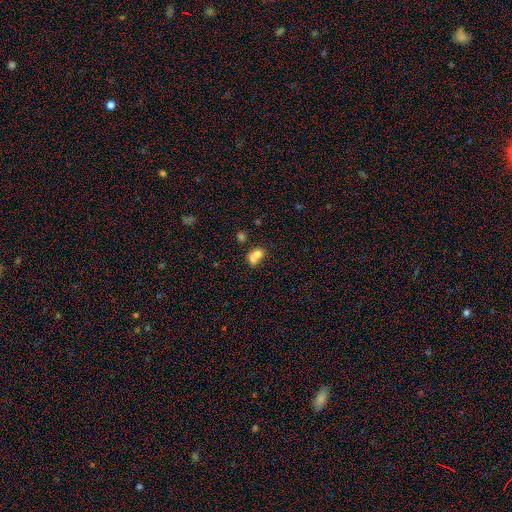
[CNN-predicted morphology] smooth 70%, featured or disk 19%, star or artifact 11%. Down the decision tree: how rounded — round (50%); merging — merger (65%).